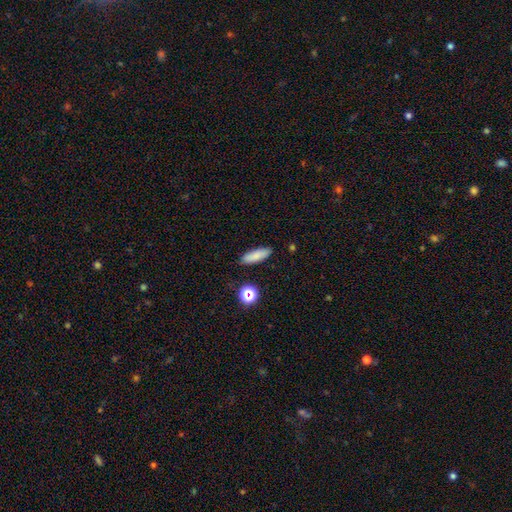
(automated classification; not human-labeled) Q: Smooth or featured?
A: smooth (83%); runner-up: star or artifact (9%)
Q: How rounded?
A: in between (49%); runner-up: cigar-shaped (48%)
Q: Merging?
A: none (87%); runner-up: minor disturbance (9%)